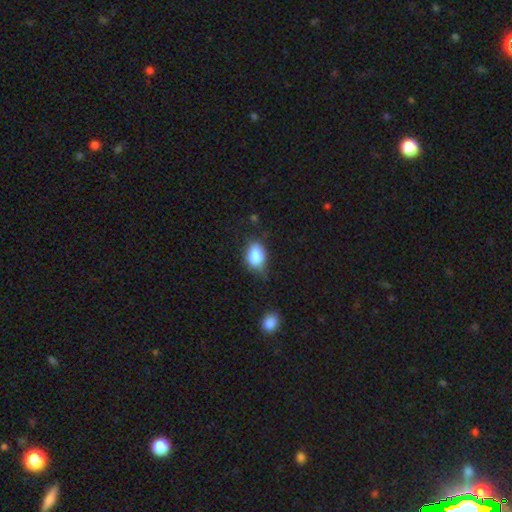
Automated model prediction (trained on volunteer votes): Smooth or featured? Predicted: smooth (p=0.83). How rounded? Predicted: in between (p=0.77). Merging? Predicted: none (p=0.60).